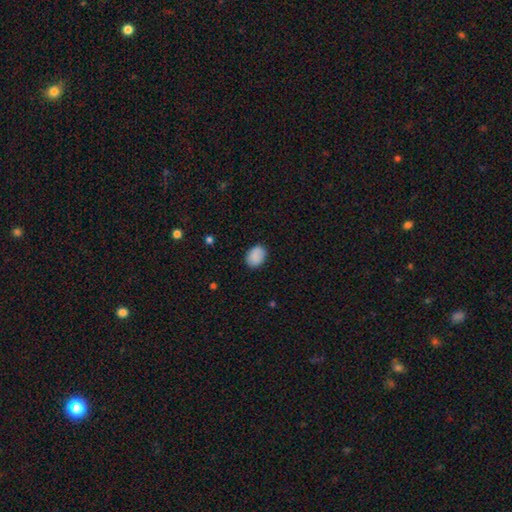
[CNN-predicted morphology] smooth 87%, star or artifact 7%, featured or disk 6%. Down the decision tree: how rounded — in between (69%); merging — none (84%).